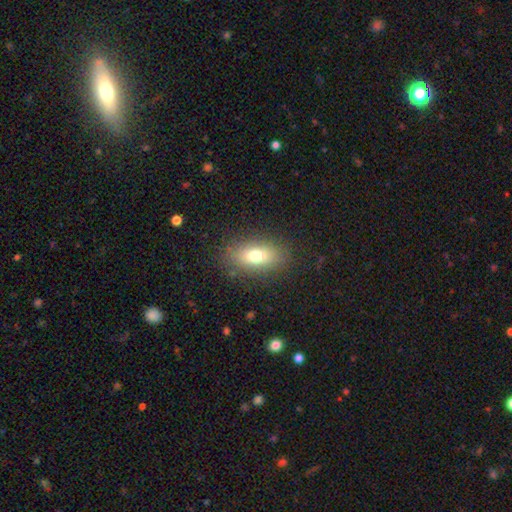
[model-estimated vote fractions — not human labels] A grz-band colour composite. It shows a smooth galaxy with no disk features (73%) that is in between round and cigar-shaped (83%). Merging: none (84%).